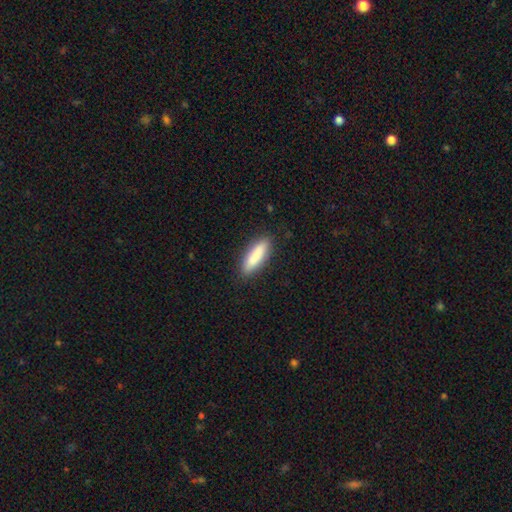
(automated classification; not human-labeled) smooth 84%, featured or disk 11%, star or artifact 6%. Down the decision tree: how rounded — cigar-shaped (65%); merging — none (87%).